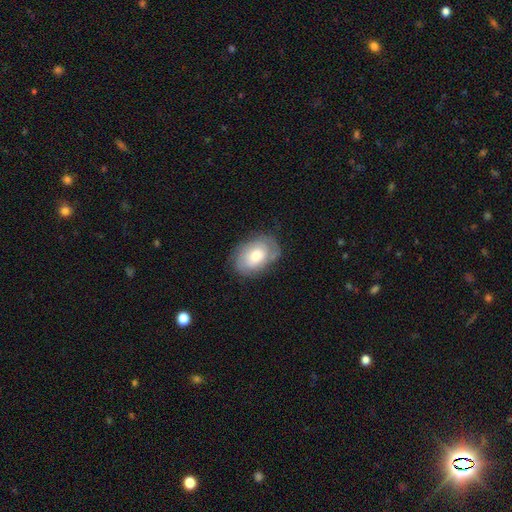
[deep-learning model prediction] Q: Smooth or featured?
A: smooth (53%); runner-up: featured or disk (40%)
Q: How rounded?
A: in between (84%); runner-up: round (15%)
Q: Merging?
A: none (71%); runner-up: minor disturbance (21%)